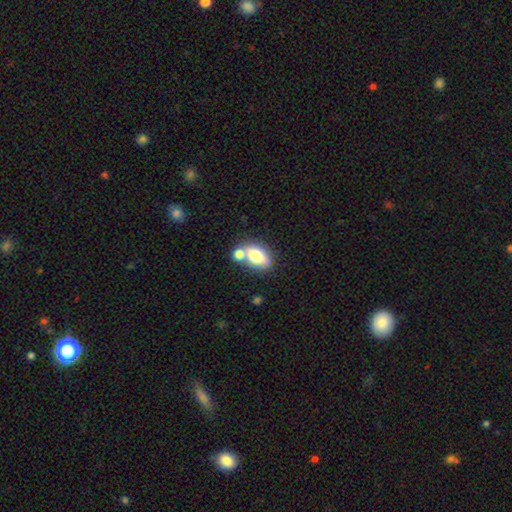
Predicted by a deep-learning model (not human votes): smooth_or_featured: smooth (p=0.68) [alt: featured or disk p=0.23]
how_rounded: in between (p=0.80) [alt: round p=0.16]
merging: none (p=0.47) [alt: merger p=0.35]